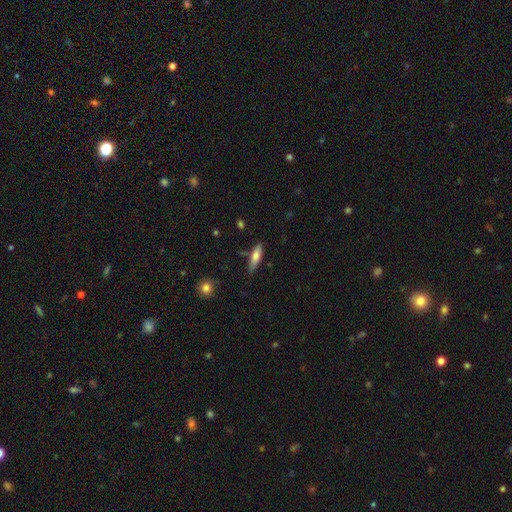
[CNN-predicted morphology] Smooth or featured: smooth — 69% (featured or disk — 25%)
How rounded: cigar-shaped — 58% (in between — 40%)
Merging: none — 72% (minor disturbance — 20%)